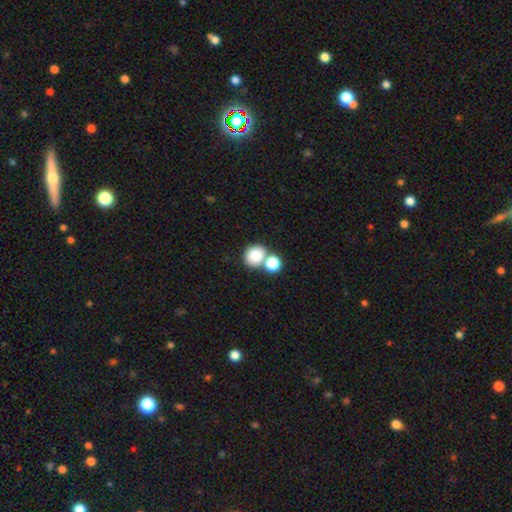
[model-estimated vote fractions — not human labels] This is clearly a smooth galaxy (82%). How rounded: likely round (75%). Merging: possibly none (48%).